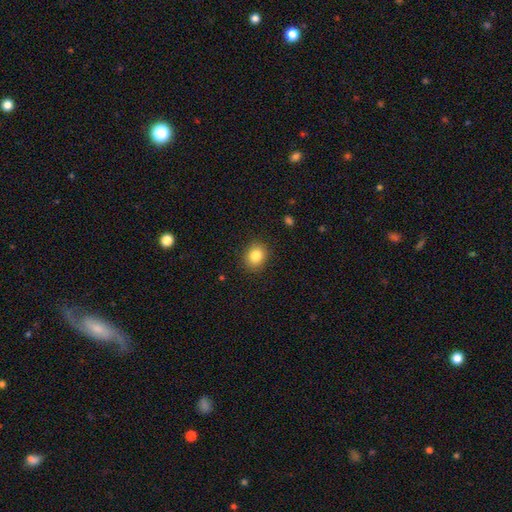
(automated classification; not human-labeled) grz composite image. It shows a smooth galaxy with no disk features (83%) that is round (67%). Merging: none (89%).